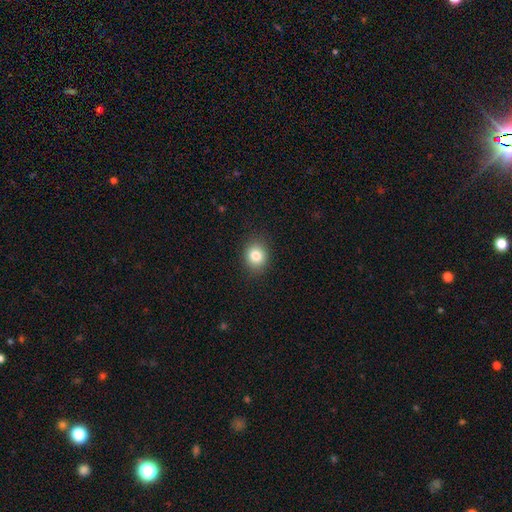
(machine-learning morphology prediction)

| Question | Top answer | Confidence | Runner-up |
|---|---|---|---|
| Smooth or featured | smooth | 83% | star or artifact (11%) |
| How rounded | round | 67% | in between (32%) |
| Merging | none | 89% | minor disturbance (8%) |